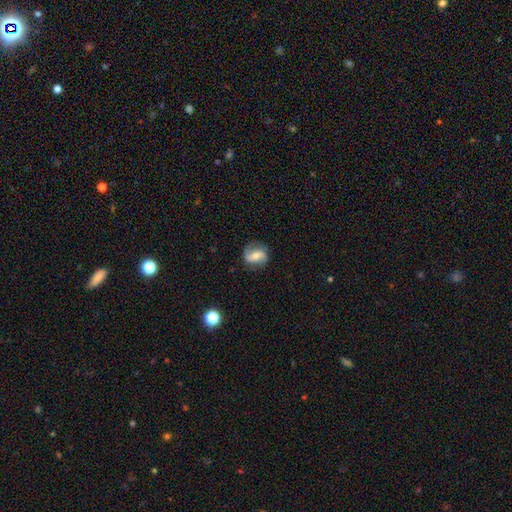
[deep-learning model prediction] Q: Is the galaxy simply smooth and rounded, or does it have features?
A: featured or disk — 64%.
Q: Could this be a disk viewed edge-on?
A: no — 96%.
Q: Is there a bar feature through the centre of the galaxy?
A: weak — 39%.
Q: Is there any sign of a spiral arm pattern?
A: yes — 88%.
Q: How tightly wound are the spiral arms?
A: loose — 42%.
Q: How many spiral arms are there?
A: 2 — 85%.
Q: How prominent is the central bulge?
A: moderate — 55%.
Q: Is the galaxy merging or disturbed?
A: none — 77%.